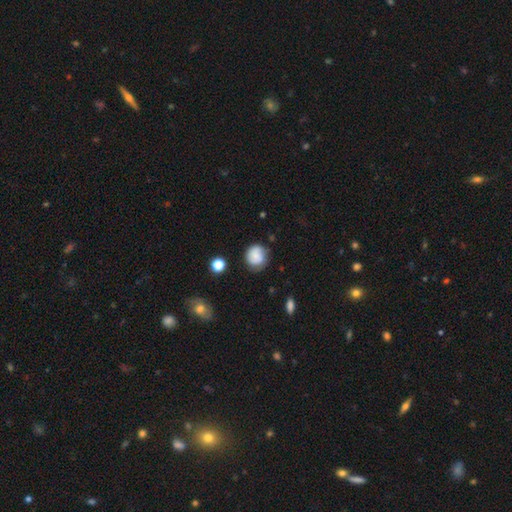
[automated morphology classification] Smooth or featured? Predicted: smooth (p=0.70). How rounded? Predicted: round (p=0.84). Merging? Predicted: none (p=0.67).